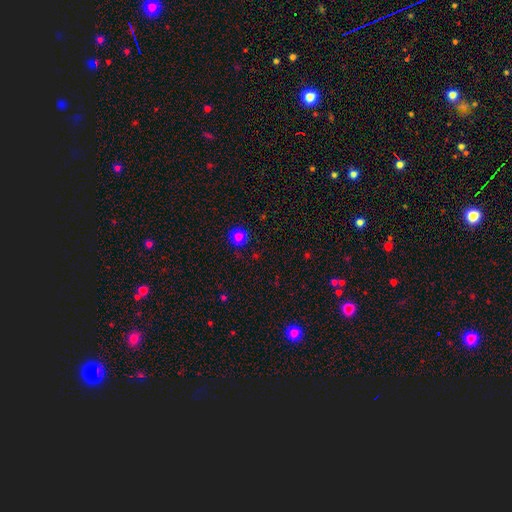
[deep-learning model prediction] smooth 76%, star or artifact 19%, featured or disk 5%. Down the decision tree: how rounded — round (91%); merging — none (89%).